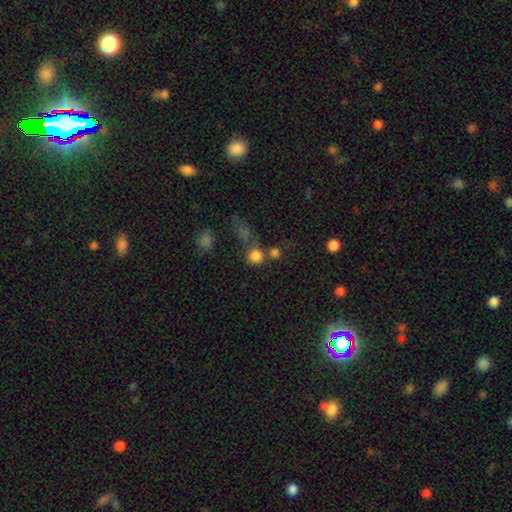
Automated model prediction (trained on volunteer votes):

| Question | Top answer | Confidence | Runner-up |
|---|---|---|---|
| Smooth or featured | smooth | 79% | star or artifact (15%) |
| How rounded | round | 89% | in between (9%) |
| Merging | none | 59% | merger (25%) |